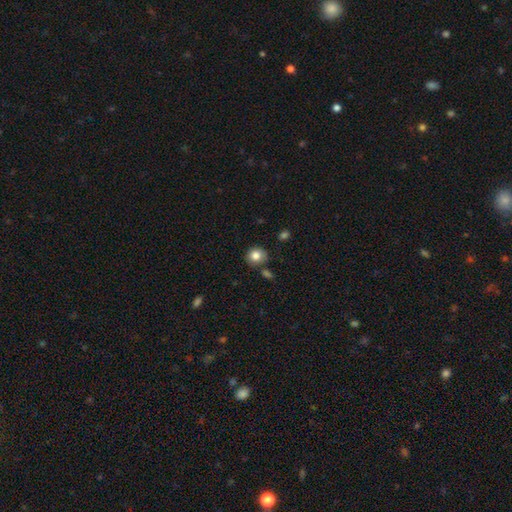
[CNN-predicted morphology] The model was most divided on "how rounded": round: 82%, in between: 18%, cigar-shaped: 1%. More confident: smooth or featured — smooth (83%); merging — none (78%).